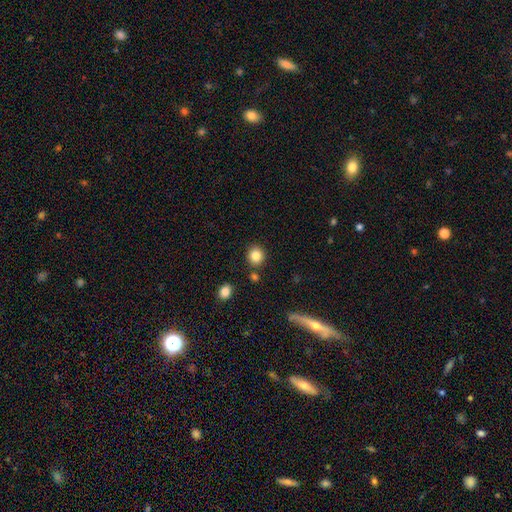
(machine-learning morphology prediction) smooth 84%, star or artifact 10%, featured or disk 6%. Down the decision tree: how rounded — round (84%); merging — none (85%).